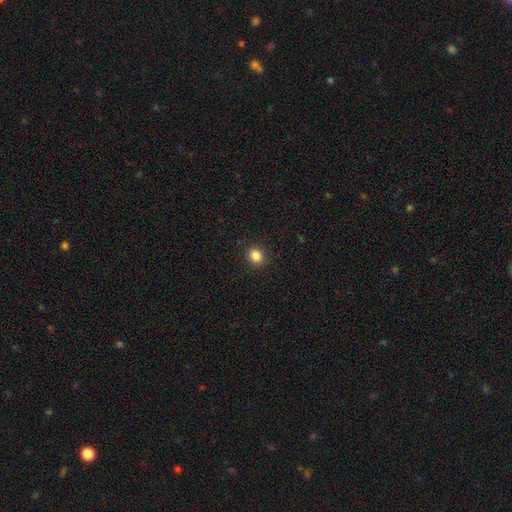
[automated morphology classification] smooth_or_featured: smooth (p=0.85) [alt: star or artifact p=0.11]
how_rounded: round (p=0.74) [alt: in between p=0.25]
merging: none (p=0.91) [alt: minor disturbance p=0.06]